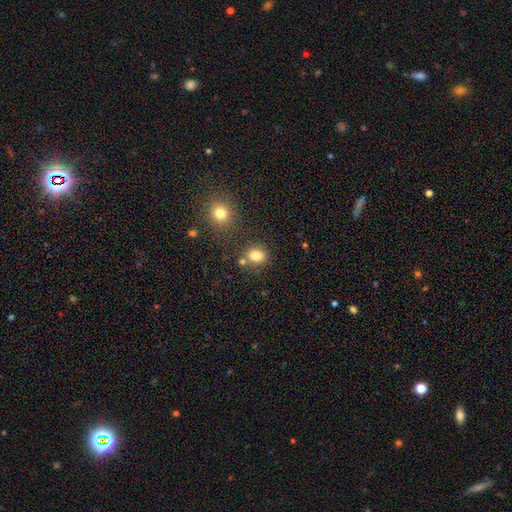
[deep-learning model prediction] Smooth or featured? Predicted: smooth (p=0.81). How rounded? Predicted: round (p=0.66). Merging? Predicted: none (p=0.73).